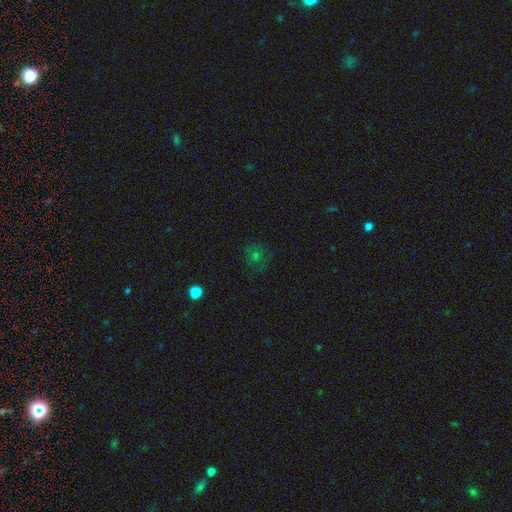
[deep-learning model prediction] Smooth or featured? Predicted: smooth (p=0.46). Merging? Predicted: none (p=0.77).